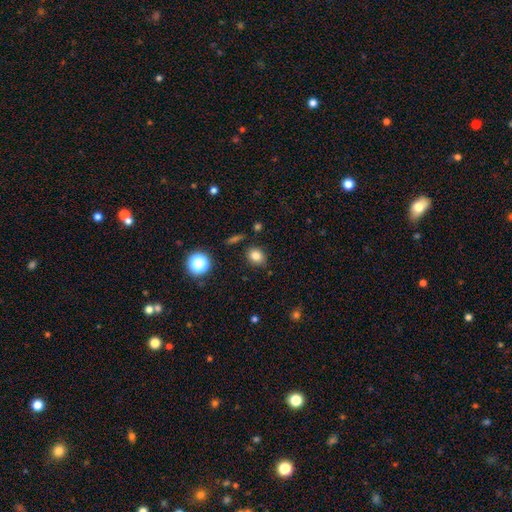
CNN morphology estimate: type=smooth (80%); roundness=round (62%); merging=none (82%).